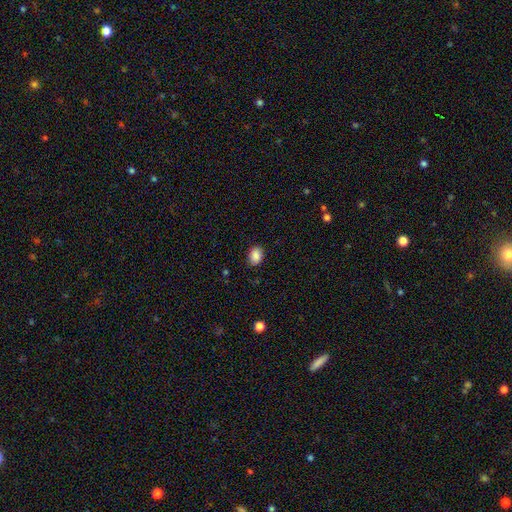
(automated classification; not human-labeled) The model was most divided on "how rounded": in between: 70%, round: 29%, cigar-shaped: 1%. More confident: smooth or featured — smooth (88%); merging — none (85%).